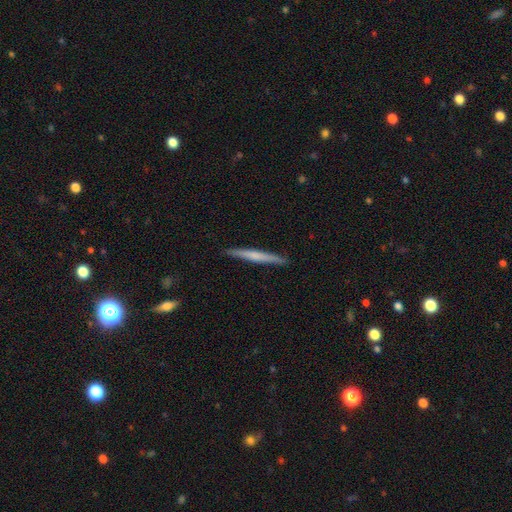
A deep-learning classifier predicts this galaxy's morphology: Smooth or featured? smooth (52%)
How rounded? cigar-shaped (97%)
Merging? none (91%)